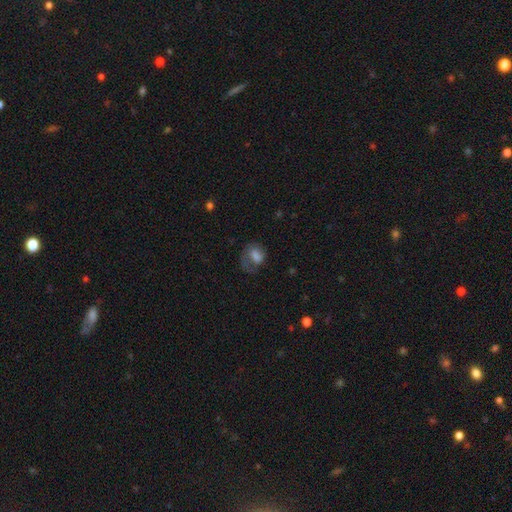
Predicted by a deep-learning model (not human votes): smooth_or_featured: smooth (p=0.57) [alt: featured or disk p=0.31]
how_rounded: in between (p=0.66) [alt: round p=0.32]
merging: none (p=0.38) [alt: major disturbance p=0.37]